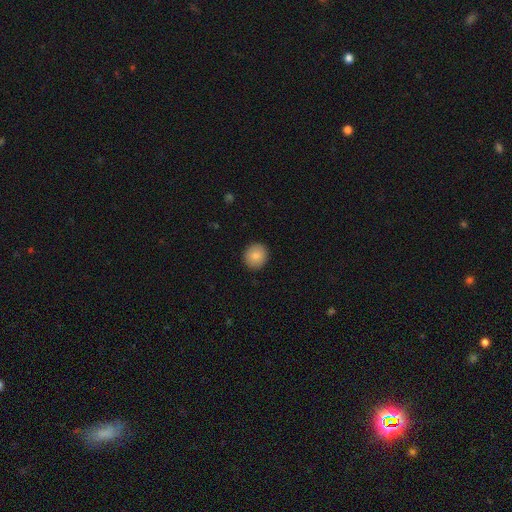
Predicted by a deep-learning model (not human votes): This is clearly a smooth galaxy (85%). How rounded: clearly round (86%). Merging: clearly none (91%).